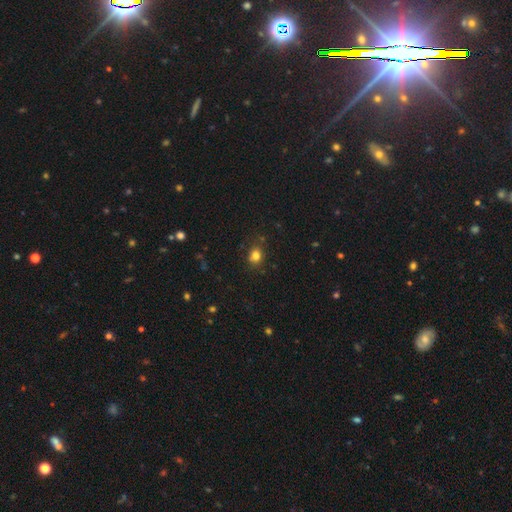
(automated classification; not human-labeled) This appears to be a smooth galaxy with no disk features (80%) that is round (56%). Merging: none (79%).